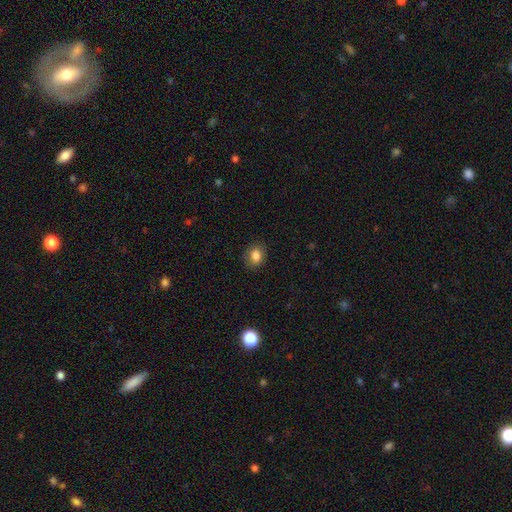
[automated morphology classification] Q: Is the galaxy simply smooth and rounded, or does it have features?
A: smooth — 83%.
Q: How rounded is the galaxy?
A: in between — 54%.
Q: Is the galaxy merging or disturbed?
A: none — 83%.